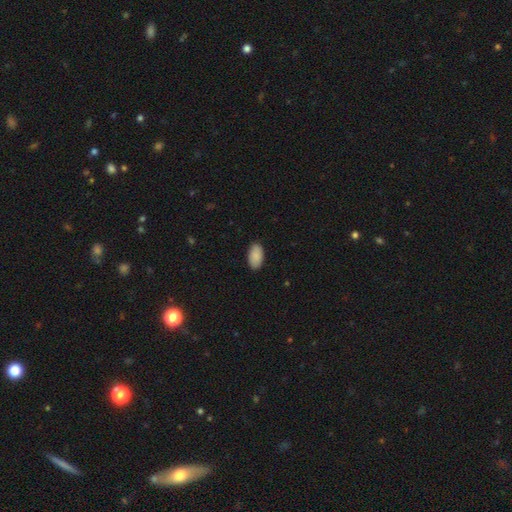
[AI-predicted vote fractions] Q: Smooth or featured?
A: smooth (90%); runner-up: star or artifact (6%)
Q: How rounded?
A: in between (95%); runner-up: round (3%)
Q: Merging?
A: none (89%); runner-up: minor disturbance (8%)